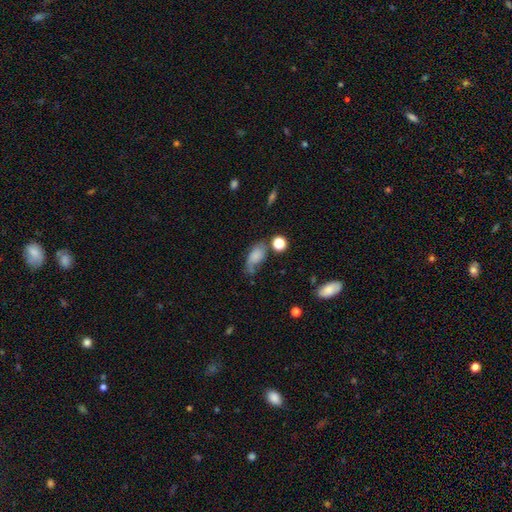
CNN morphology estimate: A smooth galaxy with no disk features (62%) that is in between round and cigar-shaped (83%). Merging: none (43%).